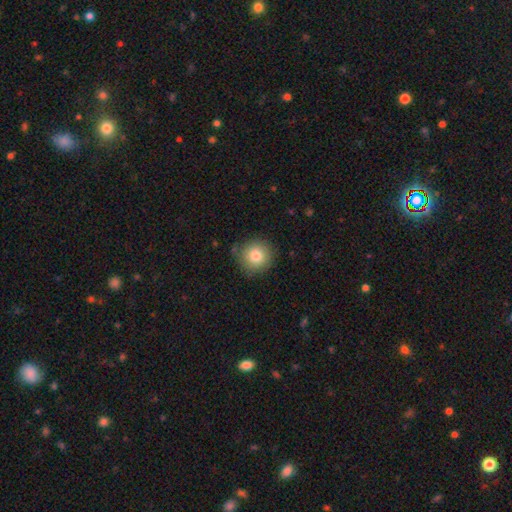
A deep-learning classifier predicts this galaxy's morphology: A smooth galaxy with no disk features (81%) that is round (93%). Merging: none (82%).